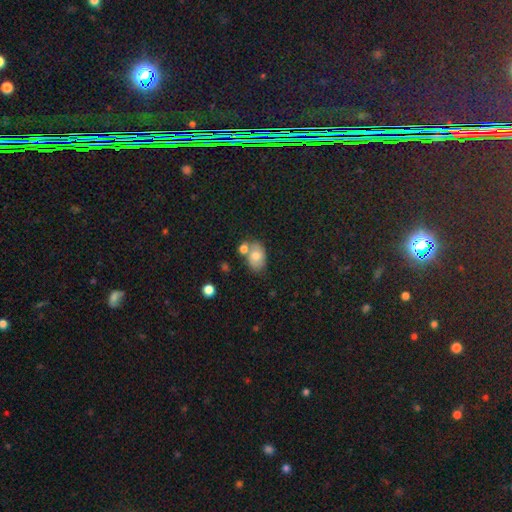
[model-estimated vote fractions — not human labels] The model was most divided on "merging": none: 54%, merger: 24%, minor disturbance: 17%, major disturbance: 5%. More confident: how rounded — in between (75%); smooth or featured — smooth (69%).